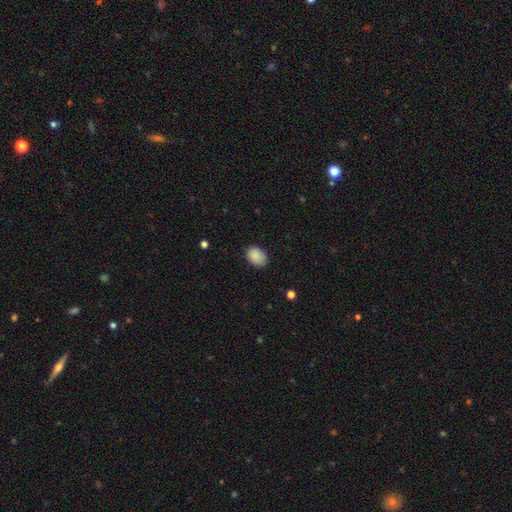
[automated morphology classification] type=smooth (87%); roundness=in between (77%); merging=none (82%).